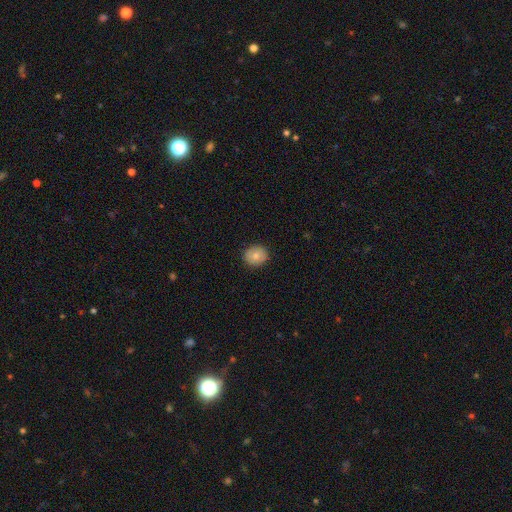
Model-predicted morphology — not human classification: A smooth galaxy with no disk features (75%) that is round (77%).

Vote fractions:
- Smooth or featured? smooth: 75% / featured or disk: 17% / star or artifact: 8%
- How rounded? round: 77% / in between: 22% / cigar-shaped: 1%
- Merging? none: 88% / minor disturbance: 9% / major disturbance: 2% / merger: 1%